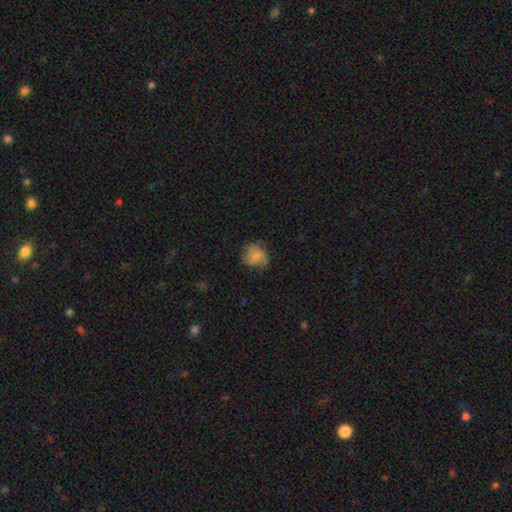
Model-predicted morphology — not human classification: The model was most divided on "smooth or featured": smooth: 63%, featured or disk: 28%, star or artifact: 8%. More confident: how rounded — round (76%); merging — none (63%).